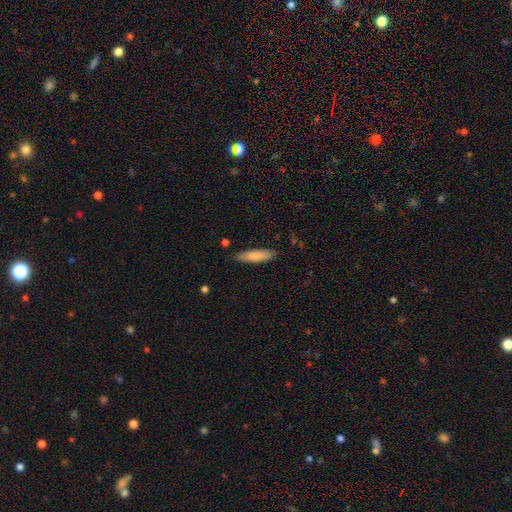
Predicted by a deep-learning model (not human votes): A smooth galaxy with no disk features (82%) that is cigar-shaped (63%).

Vote fractions:
- Smooth or featured? smooth: 82% / featured or disk: 12% / star or artifact: 6%
- How rounded? cigar-shaped: 63% / in between: 36% / round: 1%
- Merging? none: 85% / minor disturbance: 12% / major disturbance: 2% / merger: 2%